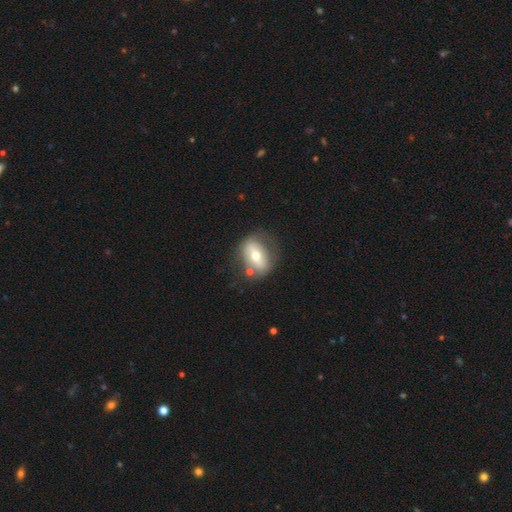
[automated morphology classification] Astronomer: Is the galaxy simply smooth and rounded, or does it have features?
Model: smooth — 48% (runner-up: featured or disk, 44%).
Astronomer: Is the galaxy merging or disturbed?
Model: none — 63%.